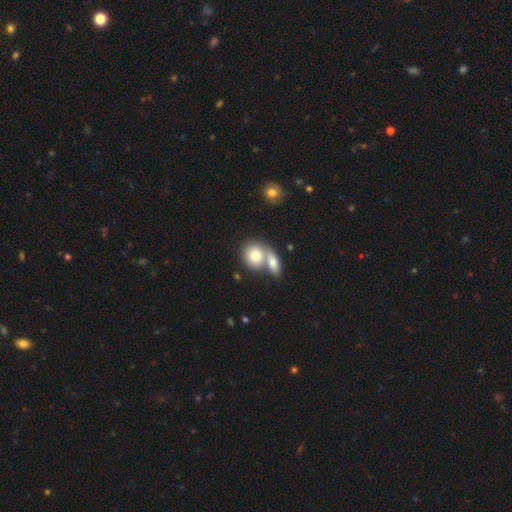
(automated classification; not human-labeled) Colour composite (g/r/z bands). It shows a smooth galaxy with no disk features (78%) that is round (63%). Merging: merger (58%).